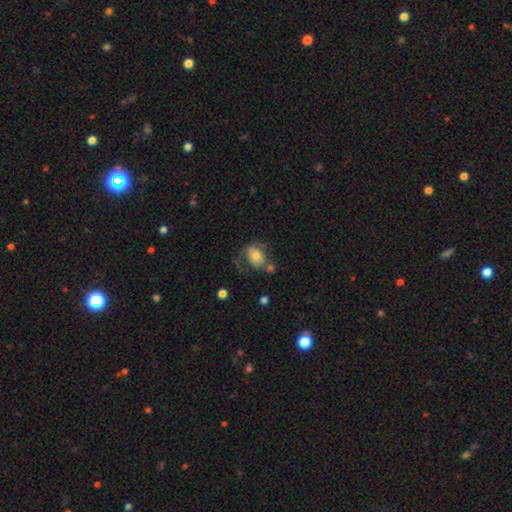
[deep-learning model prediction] Smooth or featured? smooth (51%)
How rounded? in between (68%)
Merging? major disturbance (33%)